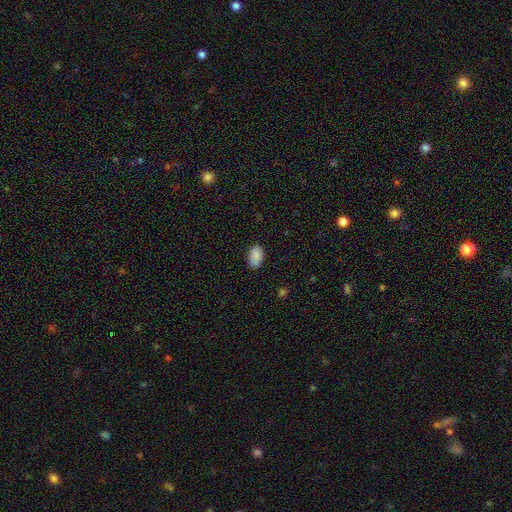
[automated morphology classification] This appears to be a smooth galaxy with no disk features (89%) that is in between round and cigar-shaped (91%). Merging: none (84%).